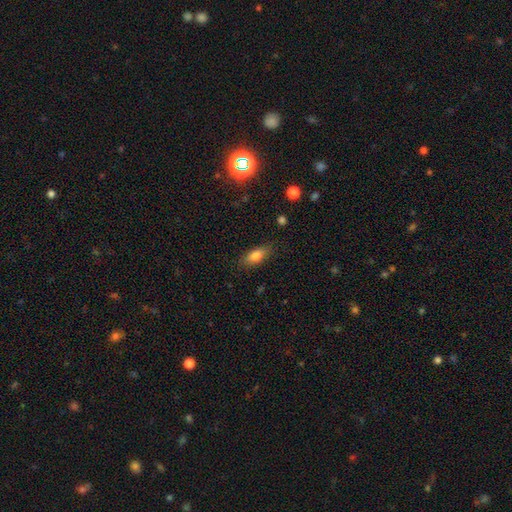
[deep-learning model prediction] Smooth or featured? Predicted: smooth (p=0.78). How rounded? Predicted: in between (p=0.76). Merging? Predicted: none (p=0.82).